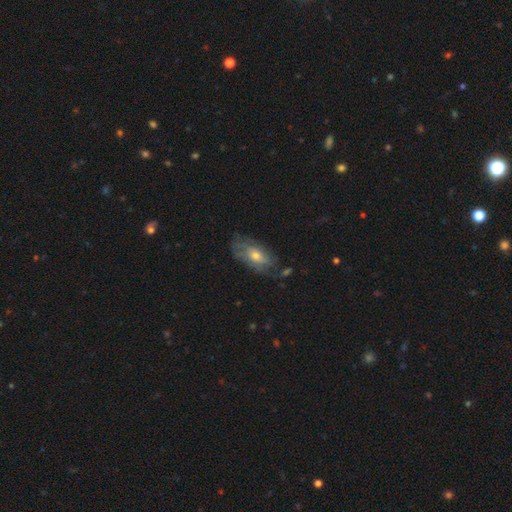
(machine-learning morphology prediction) A featured or disk galaxy (50%).

Vote fractions:
- Smooth or featured? featured or disk: 50% / smooth: 42% / star or artifact: 8%
- Edge-on disk? no: 87% / yes: 13%
- Merging? none: 60% / minor disturbance: 27% / major disturbance: 11% / merger: 3%